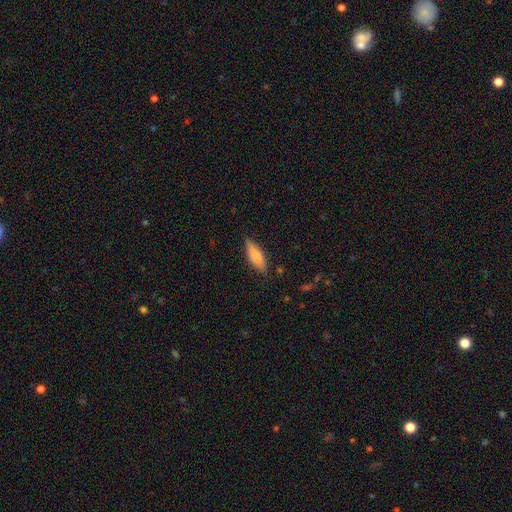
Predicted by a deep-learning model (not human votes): This is likely a smooth galaxy (73%). How rounded: likely in between (60%). Merging: likely none (78%).